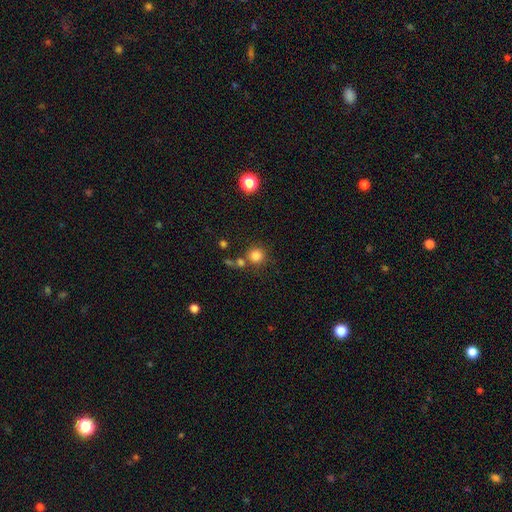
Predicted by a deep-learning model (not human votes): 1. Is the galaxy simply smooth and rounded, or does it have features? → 82% smooth, 13% star or artifact, 5% featured or disk.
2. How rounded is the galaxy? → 92% round, 7% in between, 1% cigar-shaped.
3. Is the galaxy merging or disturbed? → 71% none, 15% merger, 9% minor disturbance, 4% major disturbance.